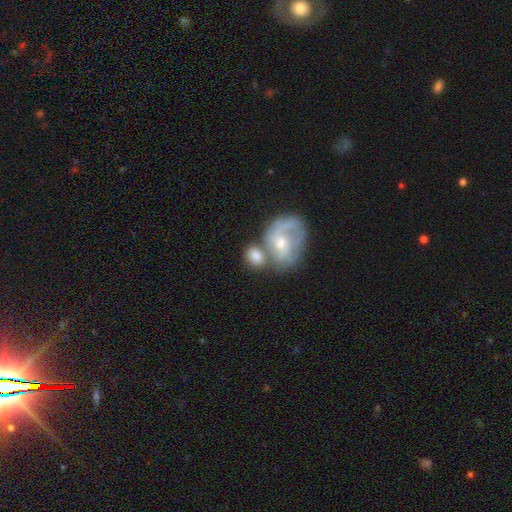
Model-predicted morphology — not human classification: Smooth or featured? Predicted: smooth (p=0.63). How rounded? Predicted: in between (p=0.58). Merging? Predicted: merger (p=0.40).